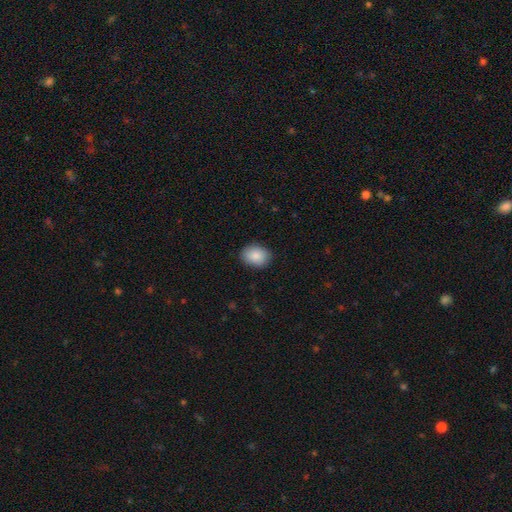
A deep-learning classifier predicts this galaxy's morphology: smooth 89%, star or artifact 7%, featured or disk 4%. Down the decision tree: how rounded — in between (65%); merging — none (88%).